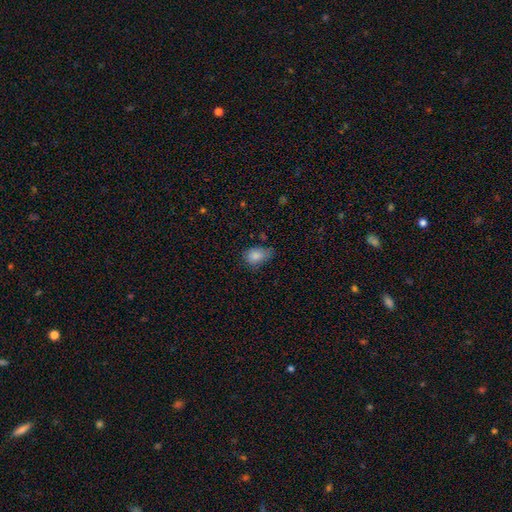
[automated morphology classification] A smooth galaxy with no disk features (84%) that is in between round and cigar-shaped (77%).

Vote fractions:
- Smooth or featured? smooth: 84% / star or artifact: 9% / featured or disk: 7%
- How rounded? in between: 77% / round: 22% / cigar-shaped: 1%
- Merging? none: 48% / minor disturbance: 38% / major disturbance: 11% / merger: 3%